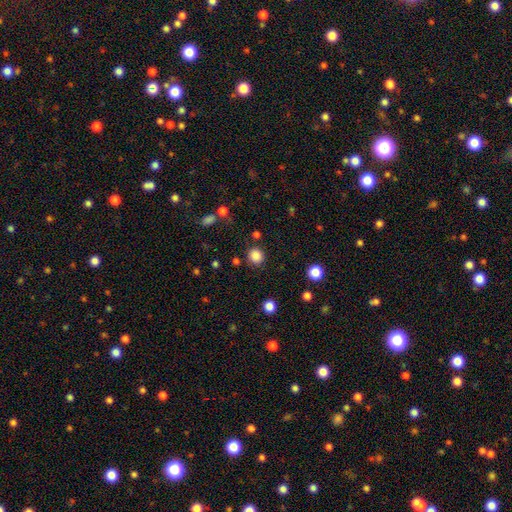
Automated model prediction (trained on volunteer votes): smooth-or-featured: smooth: 85% | star or artifact: 12% | featured or disk: 3%
  how-rounded: round: 91% | in between: 9% | cigar-shaped: 1%
  merging: none: 87% | minor disturbance: 7% | major disturbance: 3% | merger: 2%